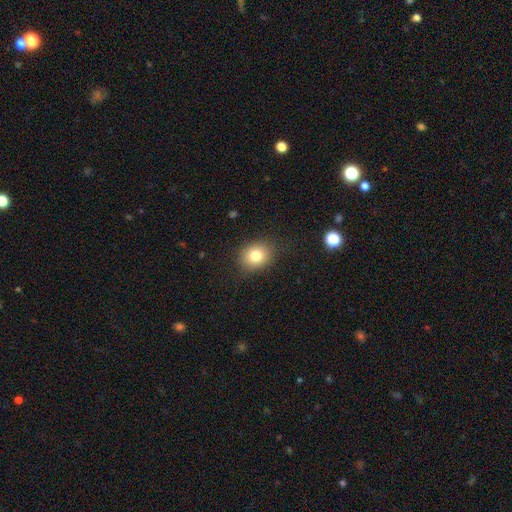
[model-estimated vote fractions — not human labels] smooth 80%, star or artifact 11%, featured or disk 9%. Down the decision tree: how rounded — round (62%); merging — none (85%).